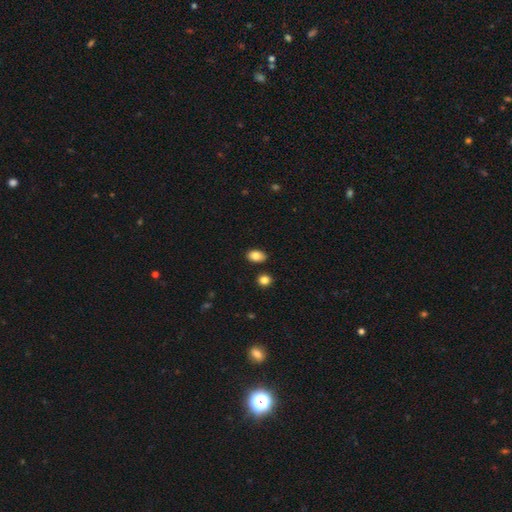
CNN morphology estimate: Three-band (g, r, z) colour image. It shows a smooth galaxy with no disk features (85%) that is in between round and cigar-shaped (86%). Merging: none (83%).